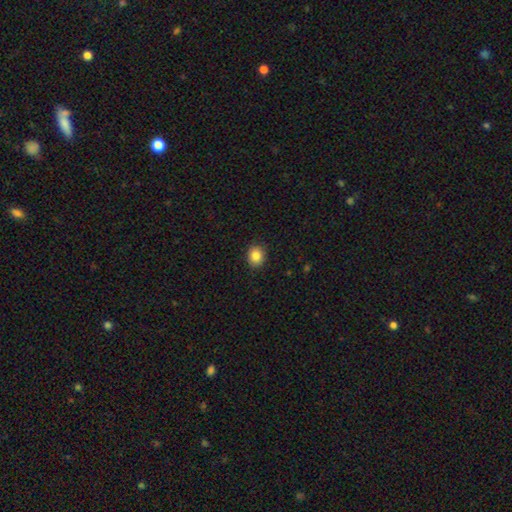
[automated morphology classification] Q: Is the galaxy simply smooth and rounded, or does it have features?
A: smooth — 85%.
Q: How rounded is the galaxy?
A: round — 64%.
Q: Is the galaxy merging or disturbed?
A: none — 89%.